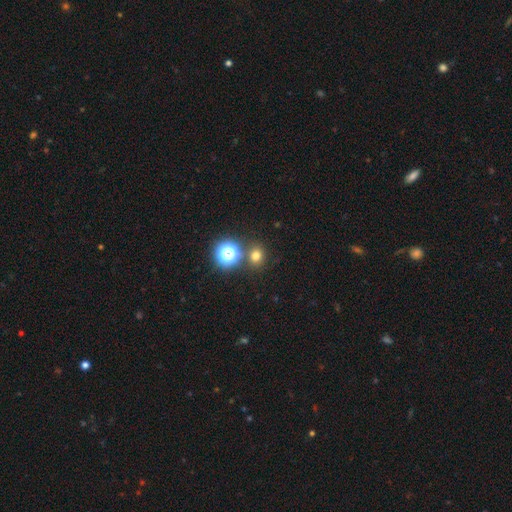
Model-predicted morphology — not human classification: Smooth or featured? smooth (69%)
How rounded? round (80%)
Merging? none (78%)